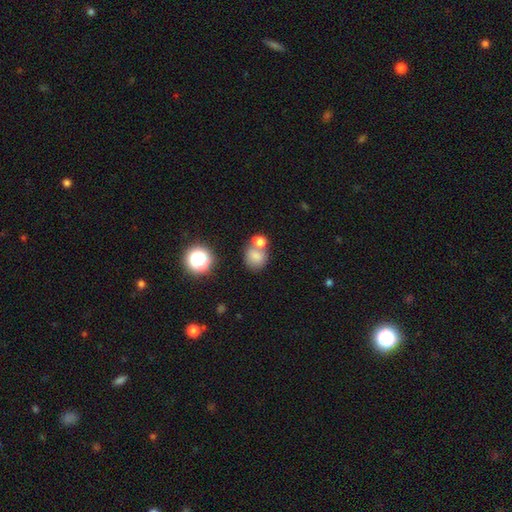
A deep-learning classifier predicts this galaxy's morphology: This is likely a smooth galaxy (74%). How rounded: likely round (63%). Merging: possibly merger (47%).